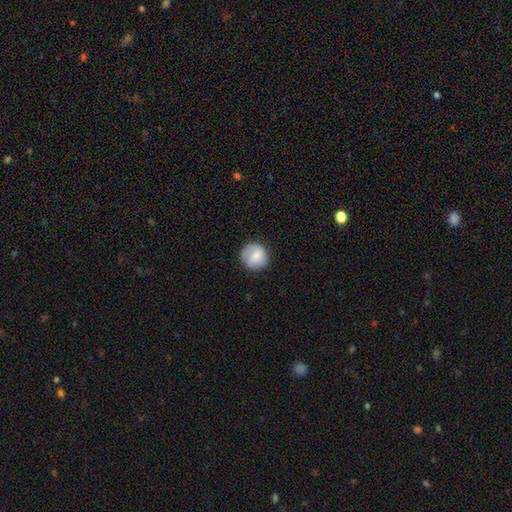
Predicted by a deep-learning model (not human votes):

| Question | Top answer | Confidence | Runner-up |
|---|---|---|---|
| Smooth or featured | smooth | 82% | featured or disk (11%) |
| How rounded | round | 92% | in between (7%) |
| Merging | none | 83% | minor disturbance (12%) |